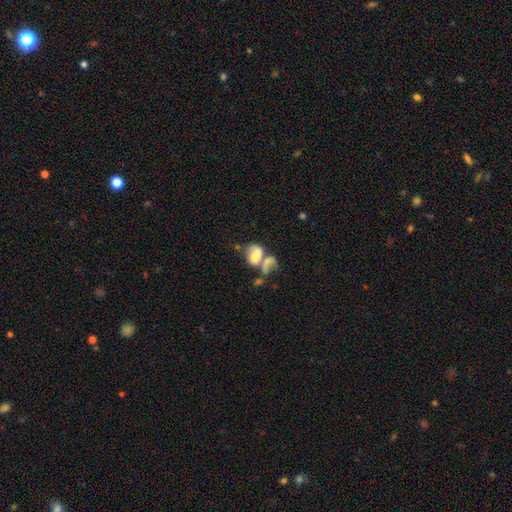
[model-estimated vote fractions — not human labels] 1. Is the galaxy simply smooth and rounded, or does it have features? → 55% smooth, 34% featured or disk, 11% star or artifact.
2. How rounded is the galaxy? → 68% in between, 30% round, 2% cigar-shaped.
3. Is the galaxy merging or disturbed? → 60% merger, 17% major disturbance, 14% none, 9% minor disturbance.